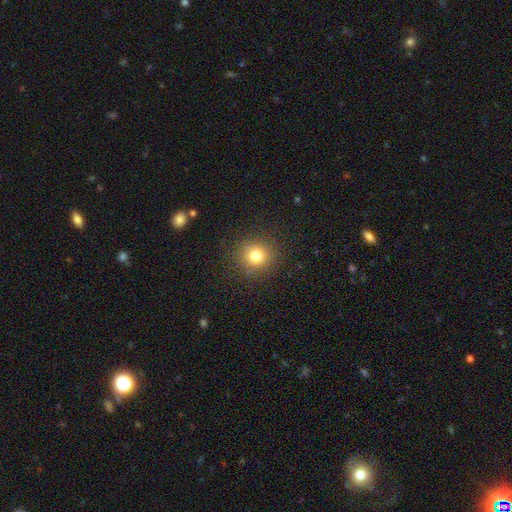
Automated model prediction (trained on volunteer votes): Smooth or featured? smooth (79%)
How rounded? round (91%)
Merging? none (89%)